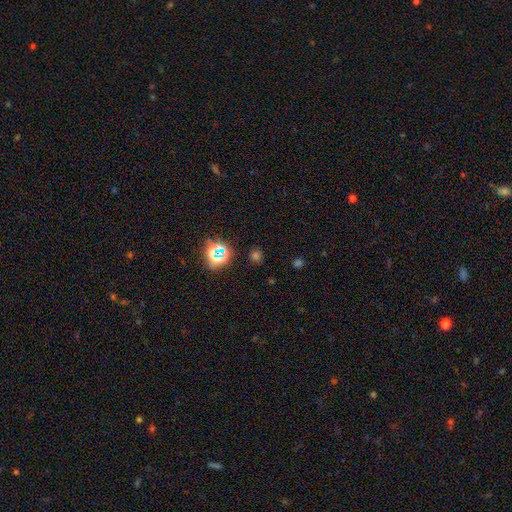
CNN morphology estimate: Smooth or featured: smooth — 49% (star or artifact — 45%)
Merging: none — 83% (minor disturbance — 9%)